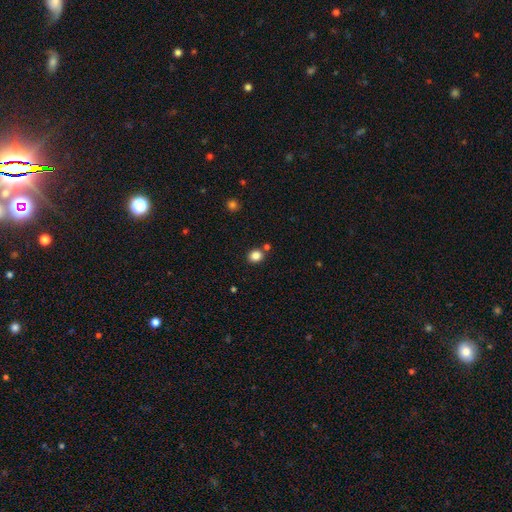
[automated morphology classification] Smooth or featured: smooth — 84% (star or artifact — 11%)
How rounded: round — 75% (in between — 24%)
Merging: none — 77% (merger — 12%)